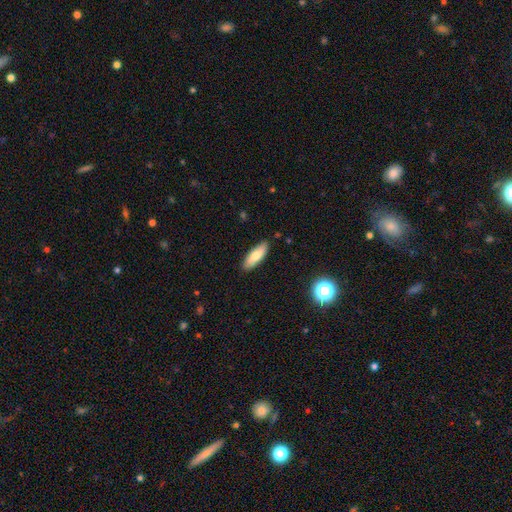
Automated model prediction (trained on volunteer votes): Morphology: type=smooth (76%); roundness=in between (62%); merging=none (88%).